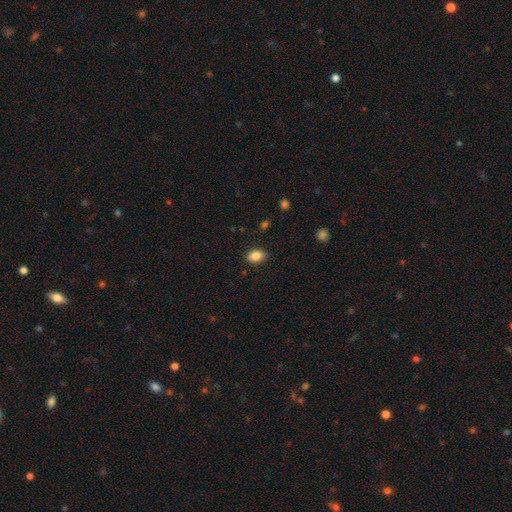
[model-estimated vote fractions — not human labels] smooth-or-featured: smooth: 87% | star or artifact: 8% | featured or disk: 4%
  how-rounded: in between: 78% | round: 21% | cigar-shaped: 1%
  merging: none: 87% | minor disturbance: 9% | major disturbance: 2% | merger: 1%